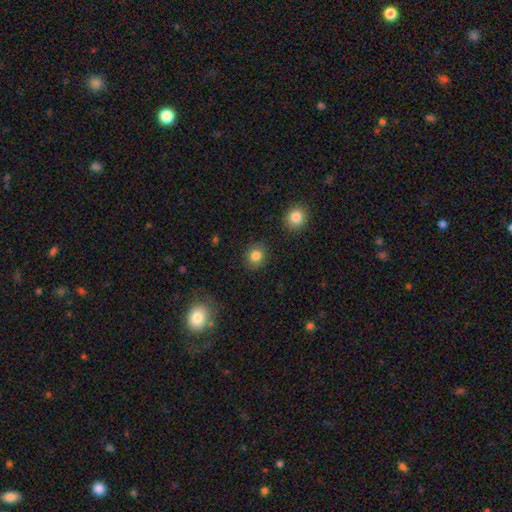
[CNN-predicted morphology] type=smooth (84%); roundness=round (82%); merging=none (88%).